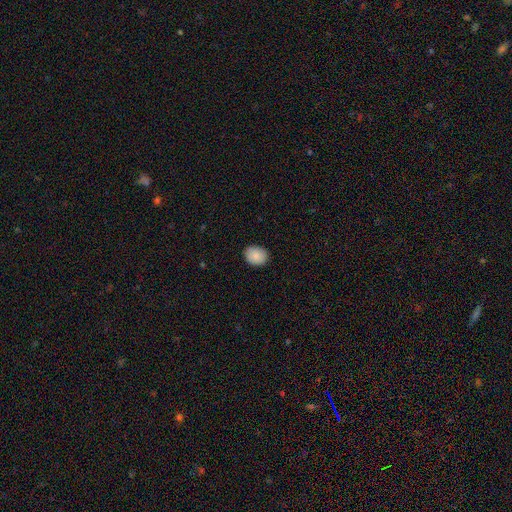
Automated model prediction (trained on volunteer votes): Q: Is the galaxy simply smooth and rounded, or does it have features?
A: smooth — 88%.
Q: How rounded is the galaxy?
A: round — 52%.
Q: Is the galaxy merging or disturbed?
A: none — 88%.